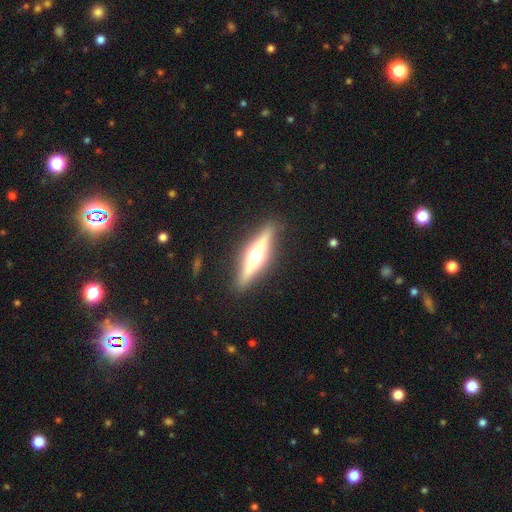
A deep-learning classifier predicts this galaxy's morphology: A featured or disk galaxy (69%) viewed edge-on (95%) with a rounded central bulge (94%). Merging: none (89%).